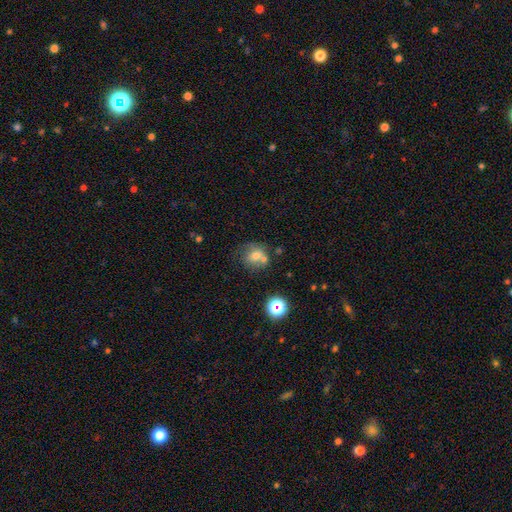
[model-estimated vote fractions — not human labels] This is likely a smooth galaxy (65%). How rounded: likely round (73%). Merging: possibly none (46%).